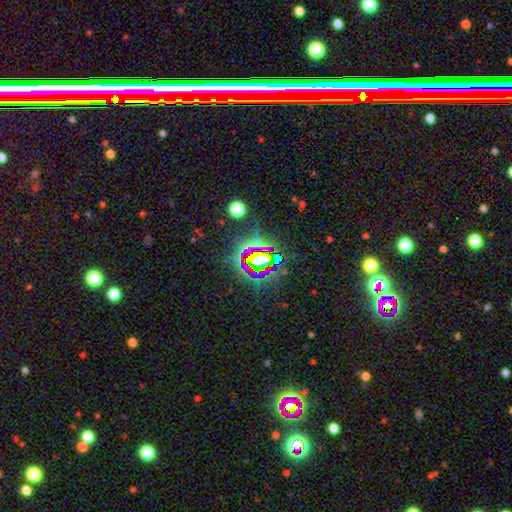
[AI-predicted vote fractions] Smooth or featured? star or artifact (76%)